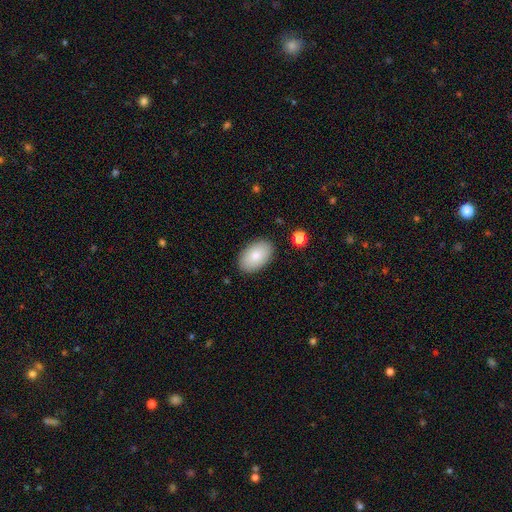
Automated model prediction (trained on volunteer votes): Smooth or featured? smooth (81%)
How rounded? in between (93%)
Merging? none (88%)